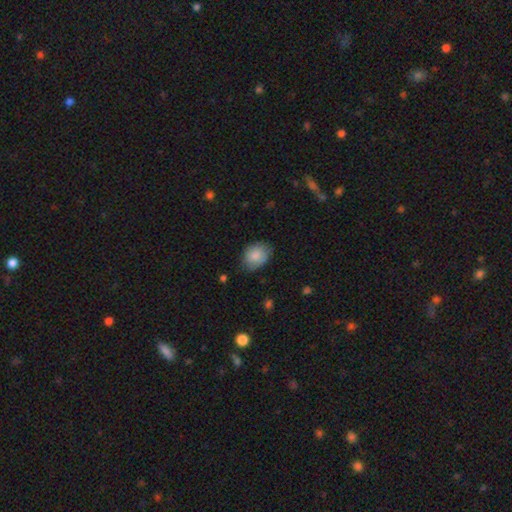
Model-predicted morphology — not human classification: A smooth galaxy with no disk features (80%) that is in between round and cigar-shaped (65%).

Vote fractions:
- Smooth or featured? smooth: 80% / featured or disk: 13% / star or artifact: 7%
- How rounded? in between: 65% / round: 34% / cigar-shaped: 1%
- Merging? none: 68% / minor disturbance: 25% / major disturbance: 5% / merger: 1%